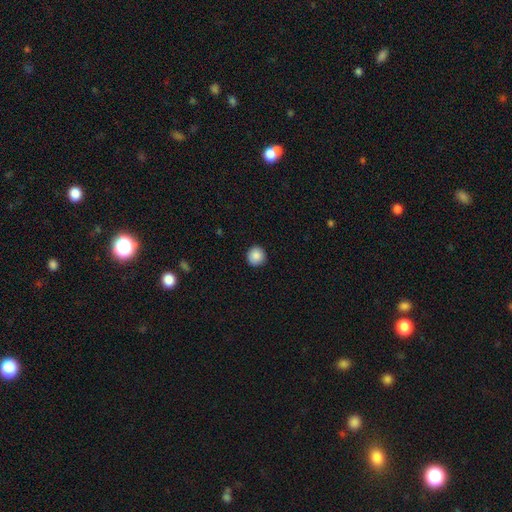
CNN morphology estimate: Smooth or featured? Predicted: smooth (p=0.88). How rounded? Predicted: round (p=0.94). Merging? Predicted: none (p=0.92).